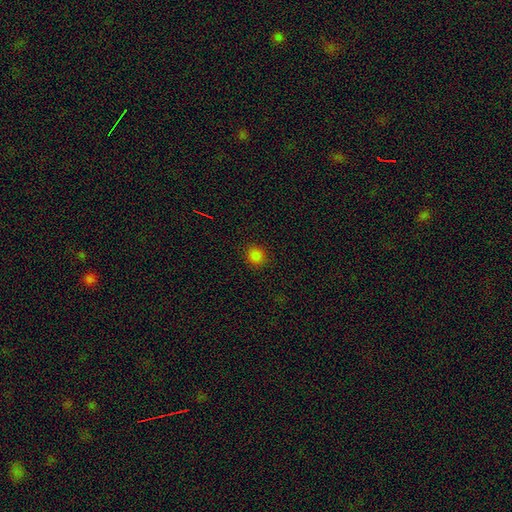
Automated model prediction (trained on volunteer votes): smooth_or_featured: smooth (p=0.83) [alt: star or artifact p=0.14]
how_rounded: round (p=0.84) [alt: in between p=0.15]
merging: none (p=0.90) [alt: minor disturbance p=0.07]